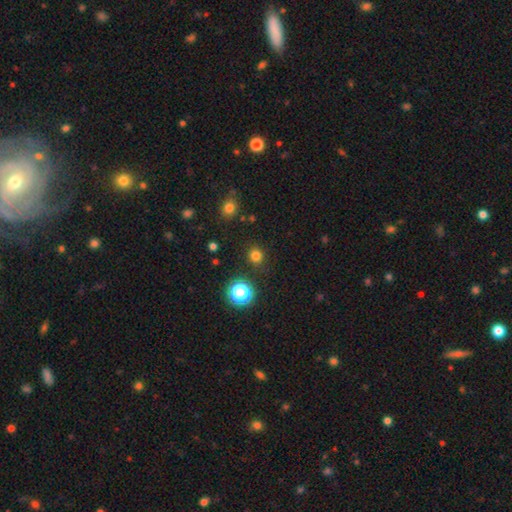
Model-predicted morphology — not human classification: Smooth or featured: smooth — 77% (star or artifact — 18%)
How rounded: round — 91% (in between — 8%)
Merging: none — 89% (minor disturbance — 6%)